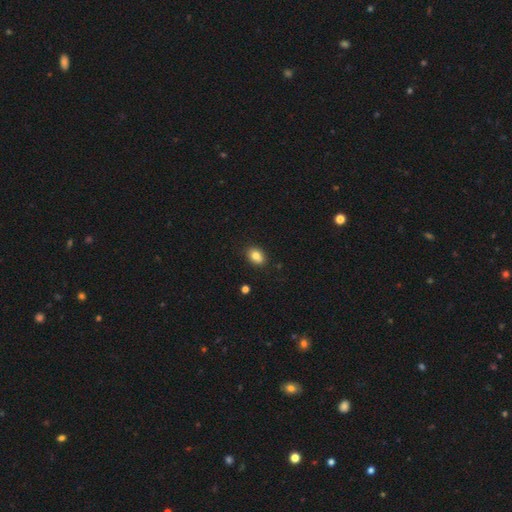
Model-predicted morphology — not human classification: Smooth or featured?
  - smooth: 82% *
  - star or artifact: 9%
  - featured or disk: 8%
How rounded?
  - in between: 77% *
  - round: 22%
  - cigar-shaped: 1%
Merging?
  - none: 85% *
  - minor disturbance: 11%
  - major disturbance: 2%
  - merger: 2%